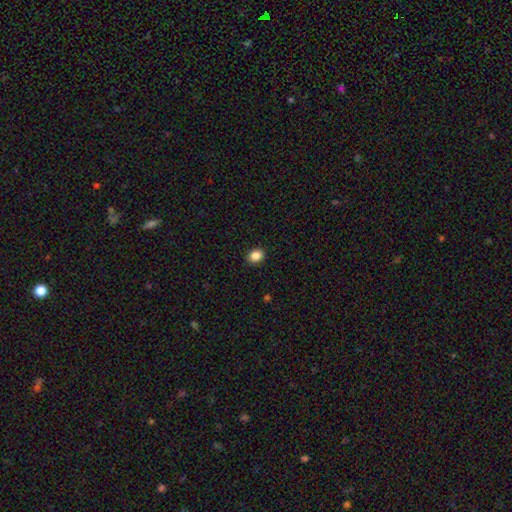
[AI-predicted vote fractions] smooth-or-featured: smooth: 87% | star or artifact: 10% | featured or disk: 3%
  how-rounded: in between: 54% | round: 45% | cigar-shaped: 1%
  merging: none: 91% | minor disturbance: 6% | major disturbance: 2% | merger: 1%